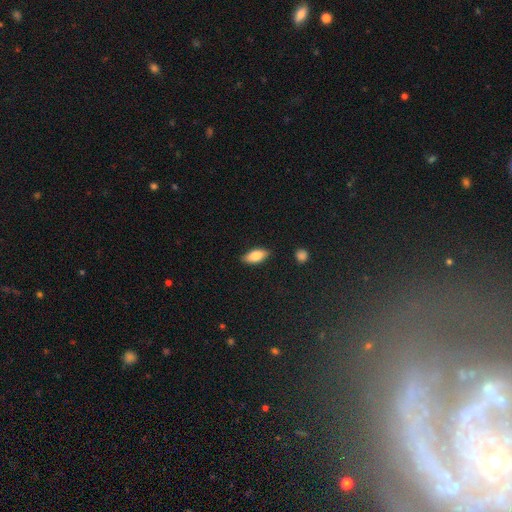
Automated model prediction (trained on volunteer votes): smooth 80%, featured or disk 13%, star or artifact 7%. Down the decision tree: how rounded — in between (87%); merging — none (84%).